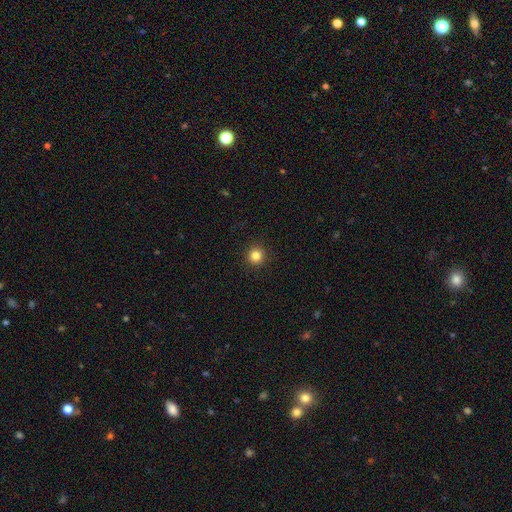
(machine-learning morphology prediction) This is clearly a smooth galaxy (84%). How rounded: clearly round (94%). Merging: clearly none (93%).